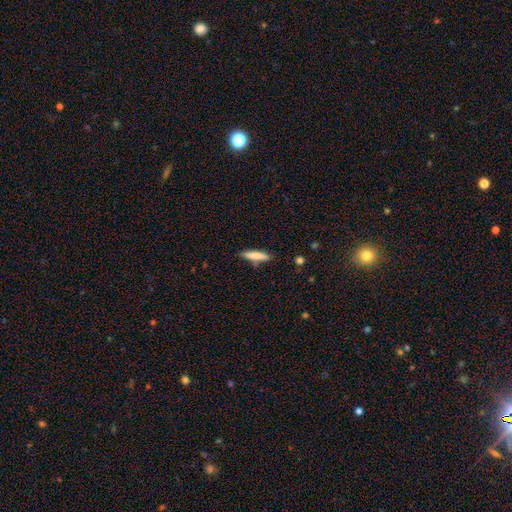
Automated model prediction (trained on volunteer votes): The model was most divided on "how rounded": cigar-shaped: 78%, in between: 20%, round: 1%. More confident: merging — none (82%); smooth or featured — smooth (80%).